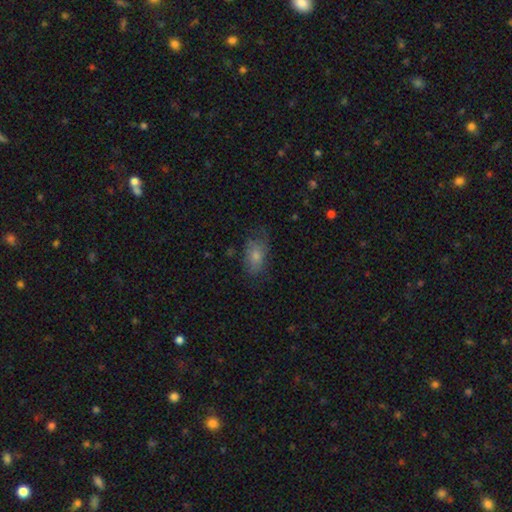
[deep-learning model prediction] Smooth or featured? smooth (71%)
How rounded? in between (88%)
Merging? none (50%)